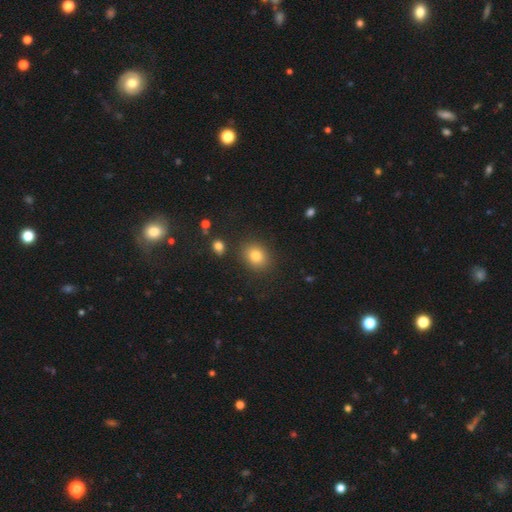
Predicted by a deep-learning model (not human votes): A smooth galaxy with no disk features (81%) that is round (62%). Merging: none (85%).